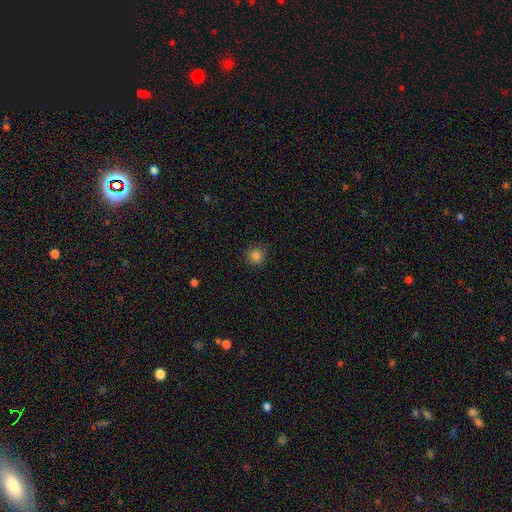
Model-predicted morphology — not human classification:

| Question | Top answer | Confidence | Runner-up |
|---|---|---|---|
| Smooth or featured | smooth | 84% | star or artifact (12%) |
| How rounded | round | 92% | in between (7%) |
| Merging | none | 85% | minor disturbance (11%) |